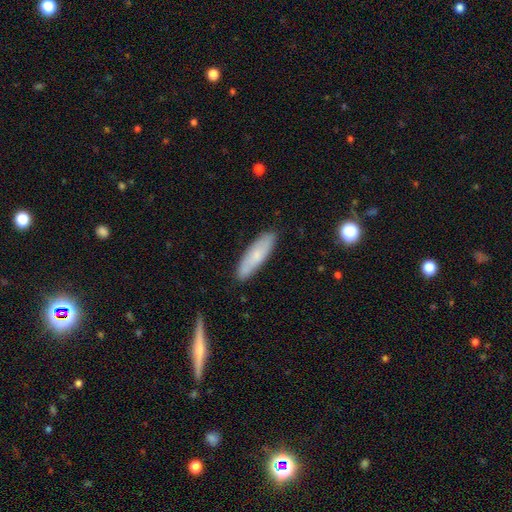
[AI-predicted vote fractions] Q: Smooth or featured?
A: smooth (67%); runner-up: featured or disk (26%)
Q: How rounded?
A: cigar-shaped (58%); runner-up: in between (40%)
Q: Merging?
A: none (85%); runner-up: minor disturbance (11%)